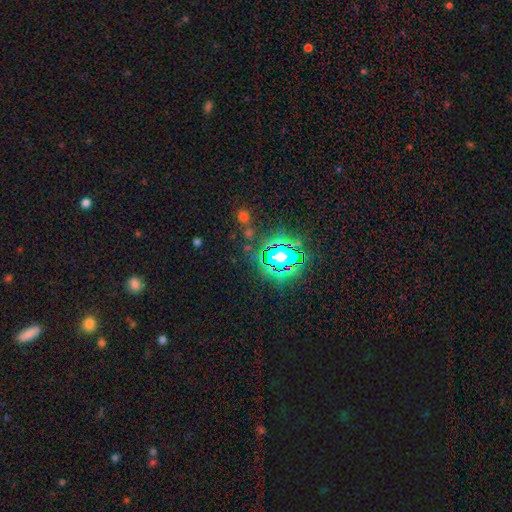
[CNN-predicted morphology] Q: Smooth or featured?
A: star or artifact (75%); runner-up: smooth (16%)